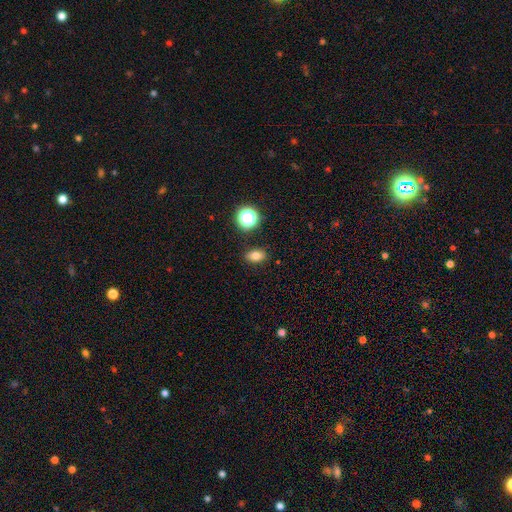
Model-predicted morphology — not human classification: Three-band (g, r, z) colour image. It shows a smooth galaxy with no disk features (77%) that is in between round and cigar-shaped (79%). Merging: none (87%).